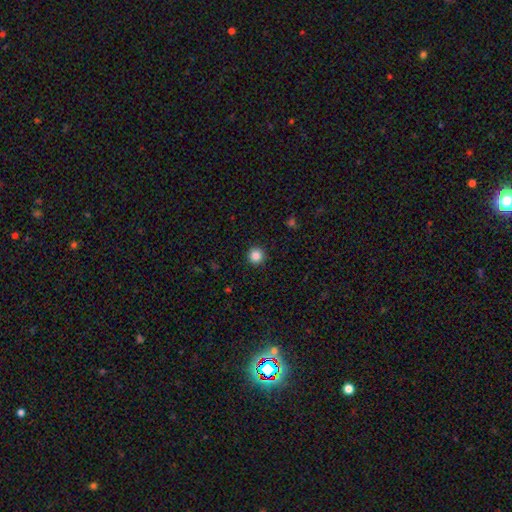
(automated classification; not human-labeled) A smooth galaxy with no disk features (86%) that is round (96%).

Vote fractions:
- Smooth or featured? smooth: 86% / star or artifact: 11% / featured or disk: 3%
- How rounded? round: 96% / in between: 3% / cigar-shaped: 1%
- Merging? none: 92% / minor disturbance: 5% / major disturbance: 2% / merger: 1%